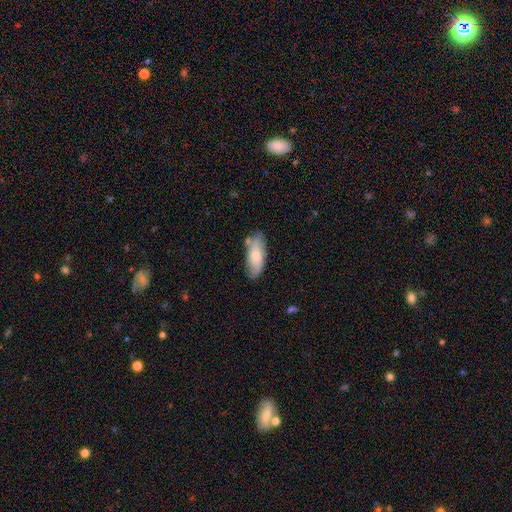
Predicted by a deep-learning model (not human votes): Morphology: type=smooth (71%); roundness=in between (81%); merging=none (70%).